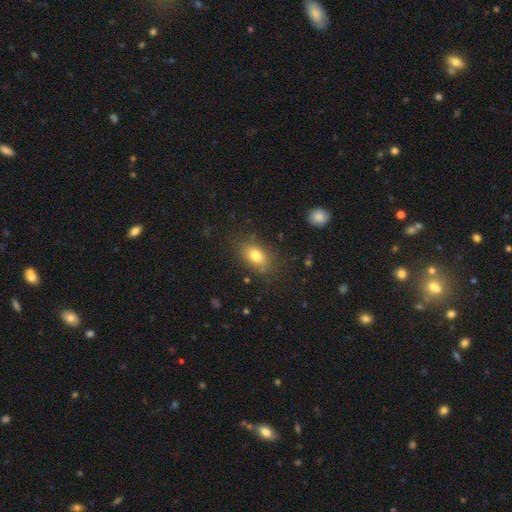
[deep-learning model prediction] Smooth or featured? smooth (79%)
How rounded? in between (85%)
Merging? none (81%)